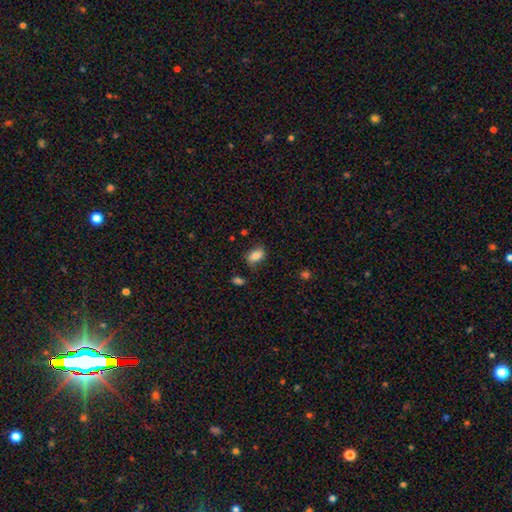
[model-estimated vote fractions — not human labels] A smooth galaxy with no disk features (83%) that is in between round and cigar-shaped (88%). Merging: none (72%).